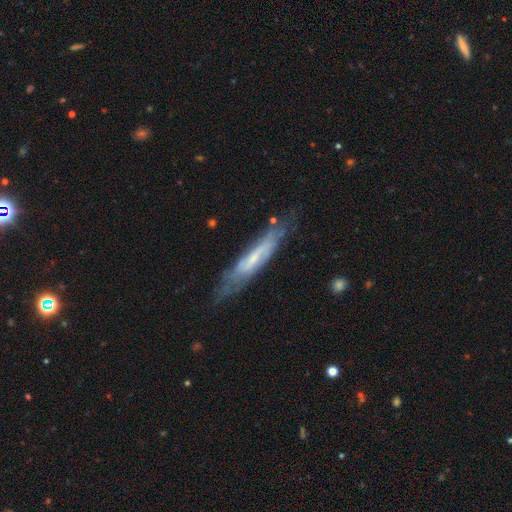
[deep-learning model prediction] Morphology: type=featured or disk (61%); edge-on=yes (65%); merging=none (75%).